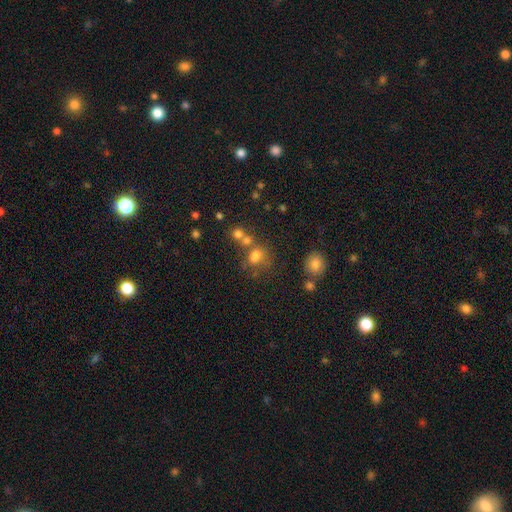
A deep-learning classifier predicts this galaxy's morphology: Smooth or featured? Predicted: smooth (p=0.69). How rounded? Predicted: round (p=0.56). Merging? Predicted: none (p=0.43).